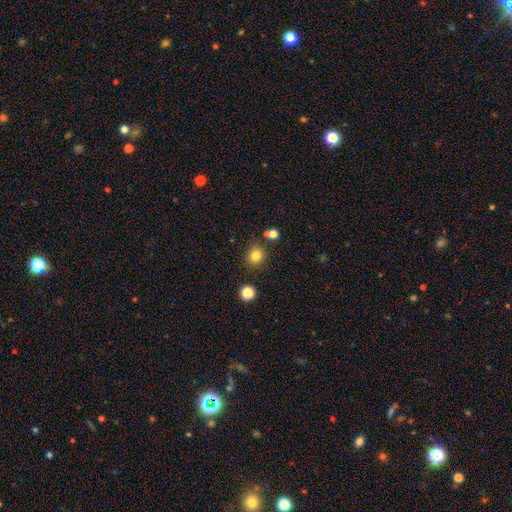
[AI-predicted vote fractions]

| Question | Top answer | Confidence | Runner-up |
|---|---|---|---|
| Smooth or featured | smooth | 81% | star or artifact (13%) |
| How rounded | round | 83% | in between (16%) |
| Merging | none | 83% | minor disturbance (9%) |